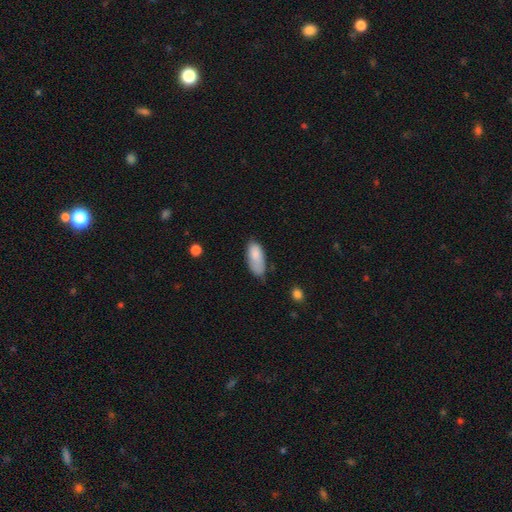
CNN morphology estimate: Overall: smooth (83%). How rounded: in between (88%). Merging: none (48%; minor disturbance 38%).